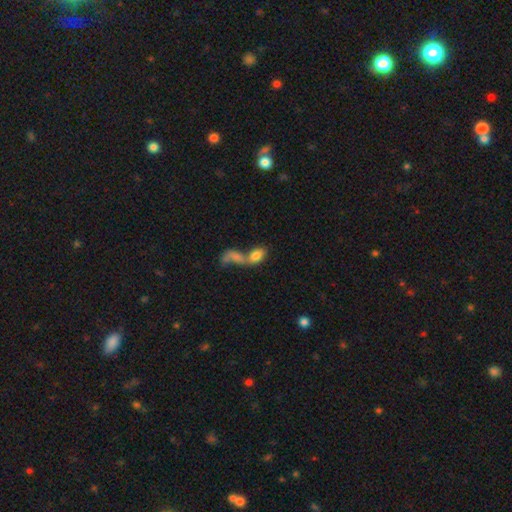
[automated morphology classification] A smooth galaxy with no disk features (73%) that is in between round and cigar-shaped (85%).

Vote fractions:
- Smooth or featured? smooth: 73% / featured or disk: 18% / star or artifact: 10%
- How rounded? in between: 85% / round: 10% / cigar-shaped: 5%
- Merging? merger: 72% / none: 15% / major disturbance: 8% / minor disturbance: 6%